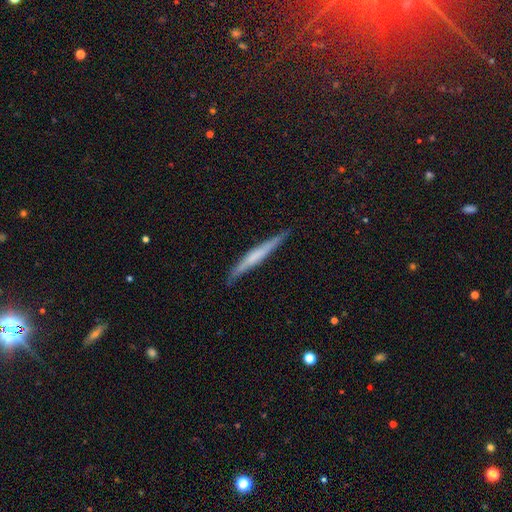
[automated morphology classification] Overall: featured or disk (52%; smooth 42%). Edge-on disk: yes (96%). Merging: none (86%).